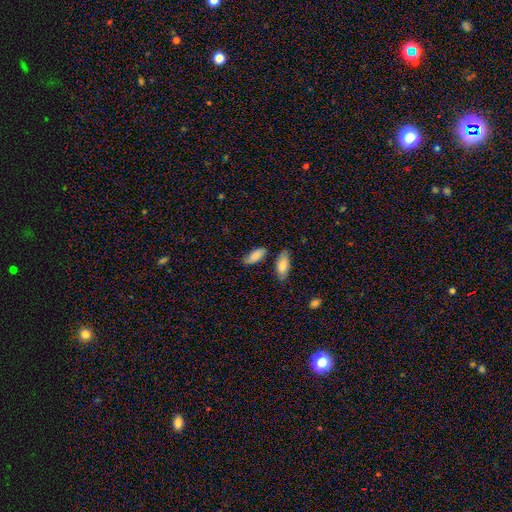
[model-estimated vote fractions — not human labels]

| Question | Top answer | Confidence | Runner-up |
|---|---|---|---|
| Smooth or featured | smooth | 85% | featured or disk (9%) |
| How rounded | in between | 83% | cigar-shaped (15%) |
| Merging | none | 70% | minor disturbance (18%) |